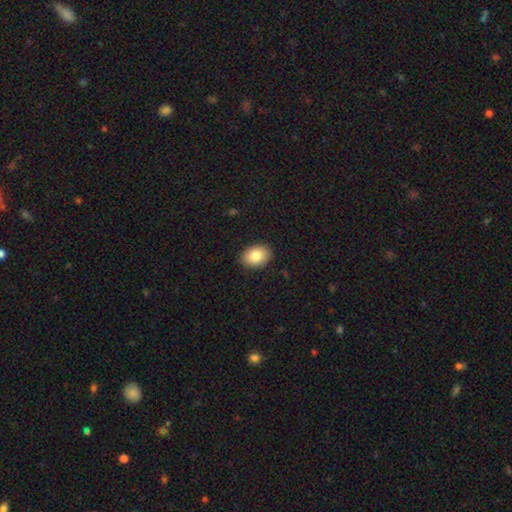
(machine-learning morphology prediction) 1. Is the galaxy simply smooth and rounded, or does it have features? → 83% smooth, 9% featured or disk, 8% star or artifact.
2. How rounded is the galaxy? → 75% in between, 24% round, 1% cigar-shaped.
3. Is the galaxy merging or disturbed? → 90% none, 8% minor disturbance, 2% major disturbance, 1% merger.